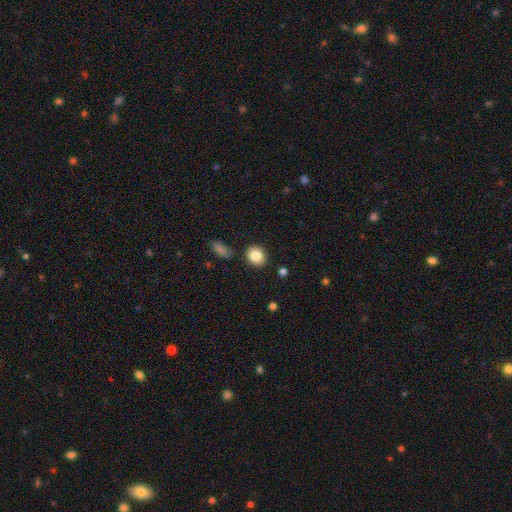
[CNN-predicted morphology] smooth_or_featured: smooth (p=0.85) [alt: star or artifact p=0.08]
how_rounded: round (p=0.62) [alt: in between p=0.37]
merging: none (p=0.87) [alt: minor disturbance p=0.08]